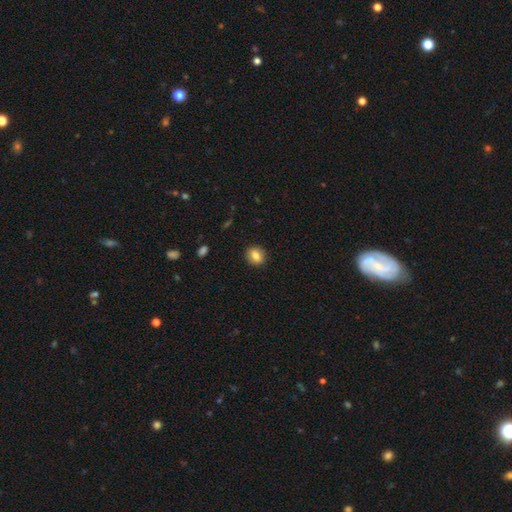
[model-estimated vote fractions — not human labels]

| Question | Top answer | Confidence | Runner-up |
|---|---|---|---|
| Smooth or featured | smooth | 82% | featured or disk (9%) |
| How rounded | round | 65% | in between (33%) |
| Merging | none | 90% | minor disturbance (7%) |